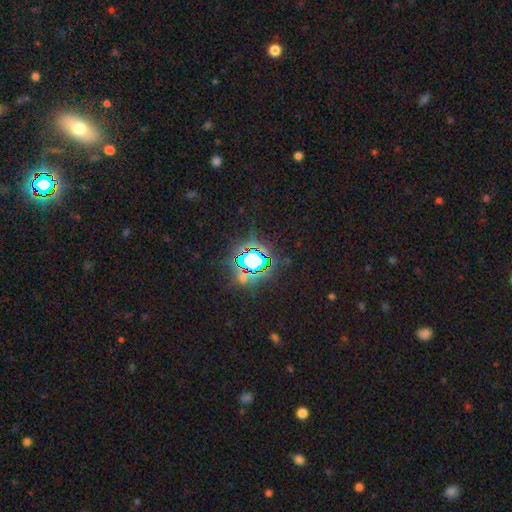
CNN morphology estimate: Q: Smooth or featured?
A: star or artifact (74%); runner-up: smooth (16%)